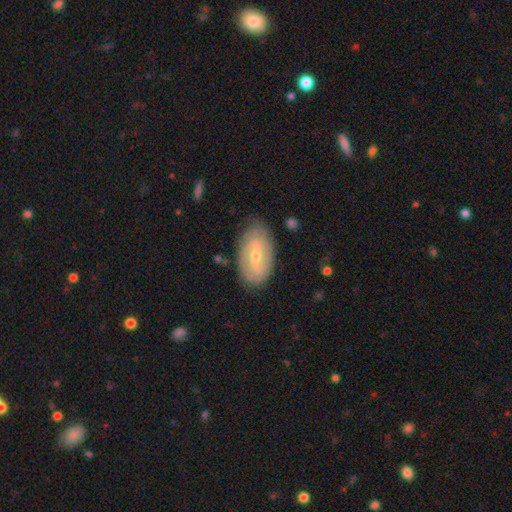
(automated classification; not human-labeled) Q: Smooth or featured?
A: featured or disk (71%); runner-up: smooth (24%)
Q: Edge-on disk?
A: no (95%); runner-up: yes (5%)
Q: Bar?
A: weak (50%); runner-up: no (32%)
Q: Spiral arms?
A: yes (84%); runner-up: no (16%)
Q: Spiral winding?
A: medium (41%); runner-up: tight (37%)
Q: Spiral arm count?
A: 2 (69%); runner-up: can't tell (20%)
Q: Bulge size?
A: small (57%); runner-up: moderate (39%)
Q: Merging?
A: none (78%); runner-up: minor disturbance (16%)